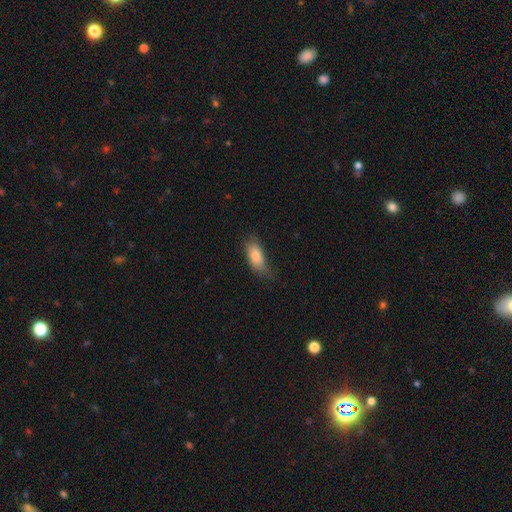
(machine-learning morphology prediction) Q: Smooth or featured?
A: smooth (82%); runner-up: featured or disk (11%)
Q: How rounded?
A: in between (81%); runner-up: cigar-shaped (16%)
Q: Merging?
A: none (59%); runner-up: minor disturbance (30%)